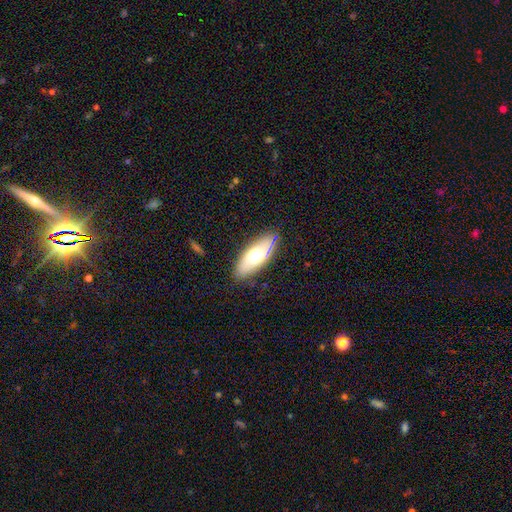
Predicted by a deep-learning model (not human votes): This appears to be a smooth galaxy with no disk features (60%) that is in between round and cigar-shaped (78%). Merging: none (83%).